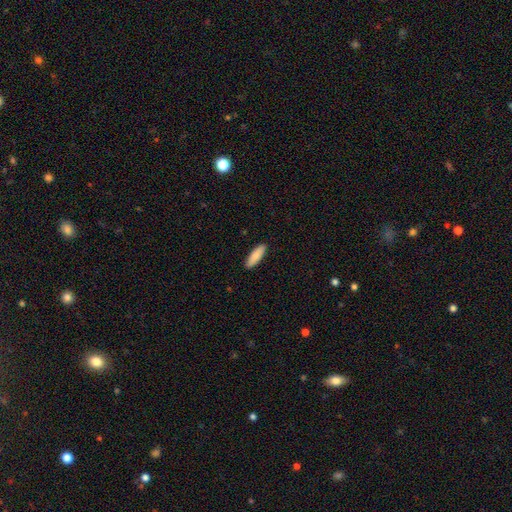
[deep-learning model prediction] Overall: smooth (88%). How rounded: cigar-shaped (55%; in between 44%). Merging: none (91%).